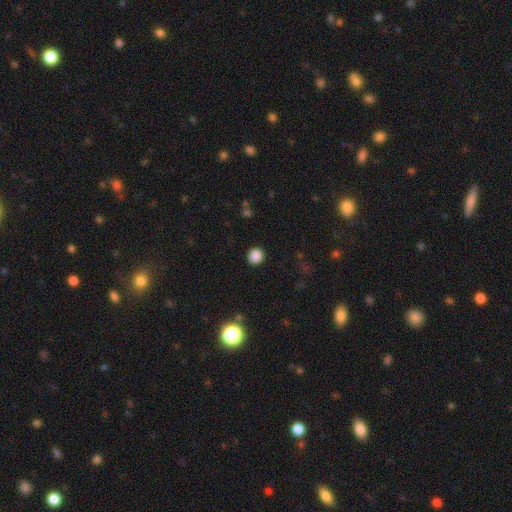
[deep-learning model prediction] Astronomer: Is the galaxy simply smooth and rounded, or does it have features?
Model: smooth — 86%.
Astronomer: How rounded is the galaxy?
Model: round — 90%.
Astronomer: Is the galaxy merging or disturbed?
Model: none — 91%.